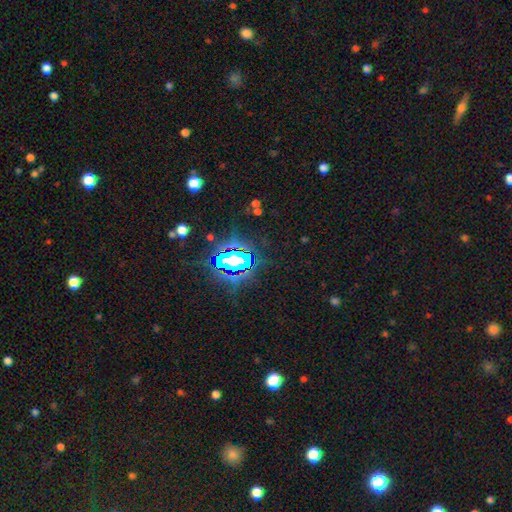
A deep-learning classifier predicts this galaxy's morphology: This is clearly a star or artifact rather than a galaxy (80%).